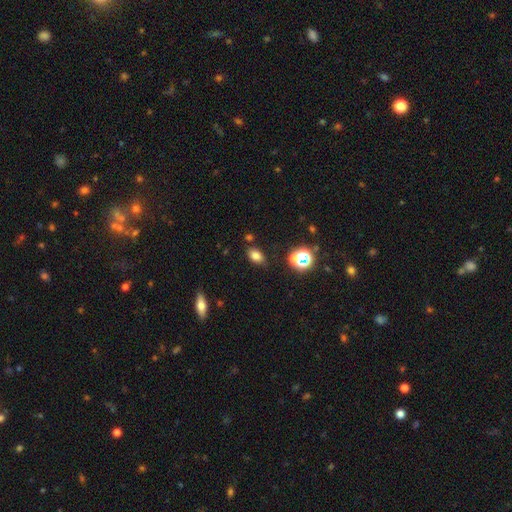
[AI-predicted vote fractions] Morphology: type=smooth (76%); roundness=in between (83%); merging=none (80%).